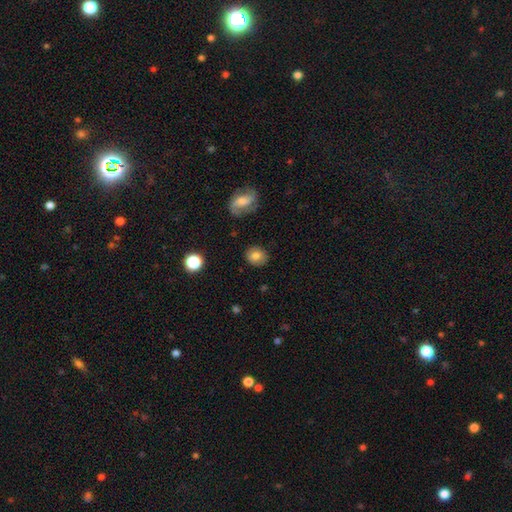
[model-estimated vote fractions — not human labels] Smooth or featured? Predicted: smooth (p=0.76). How rounded? Predicted: round (p=0.64). Merging? Predicted: none (p=0.85).